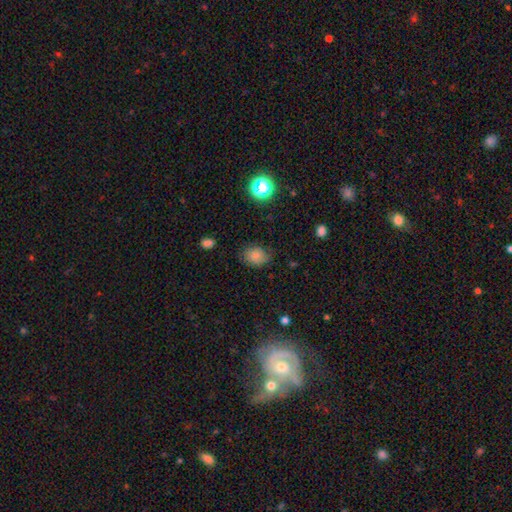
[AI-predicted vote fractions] Morphology: type=smooth (79%); roundness=in between (53%); merging=none (75%).